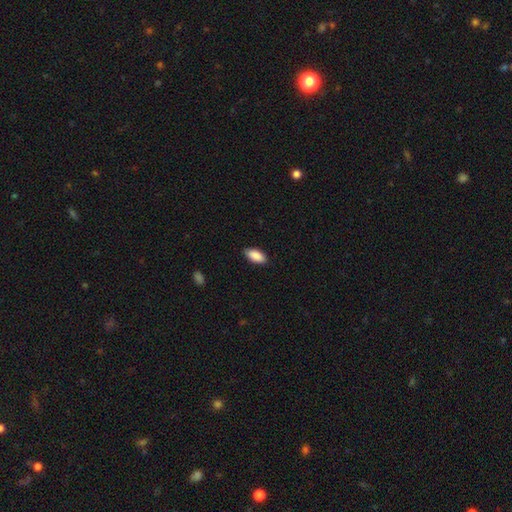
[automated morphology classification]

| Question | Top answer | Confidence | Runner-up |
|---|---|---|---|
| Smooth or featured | smooth | 89% | star or artifact (6%) |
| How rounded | in between | 91% | cigar-shaped (7%) |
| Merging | none | 86% | minor disturbance (11%) |